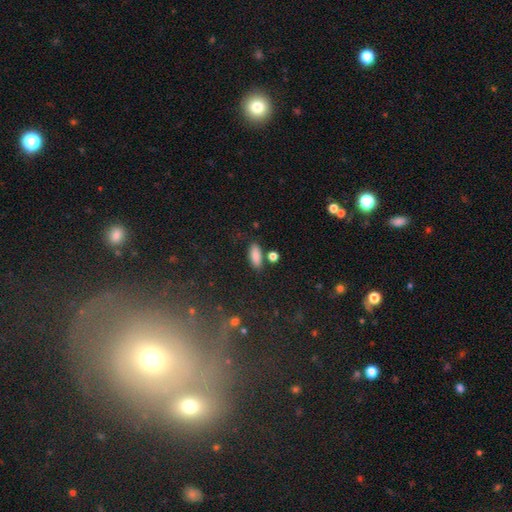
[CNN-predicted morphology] This is clearly a smooth galaxy (86%). How rounded: likely in between (80%). Merging: likely none (75%).